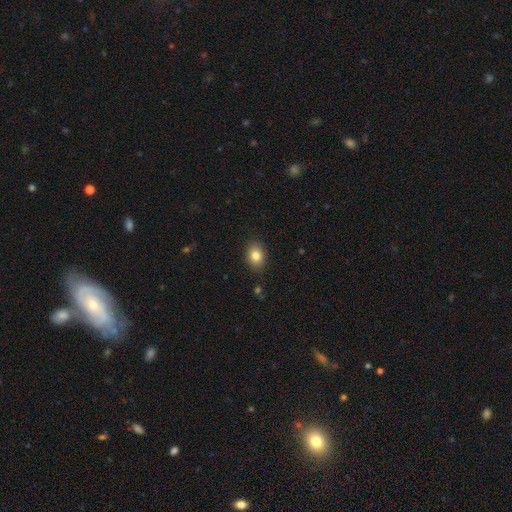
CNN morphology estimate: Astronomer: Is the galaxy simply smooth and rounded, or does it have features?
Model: smooth — 82%.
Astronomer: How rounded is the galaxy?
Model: in between — 68%.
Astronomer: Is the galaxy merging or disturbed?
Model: none — 87%.